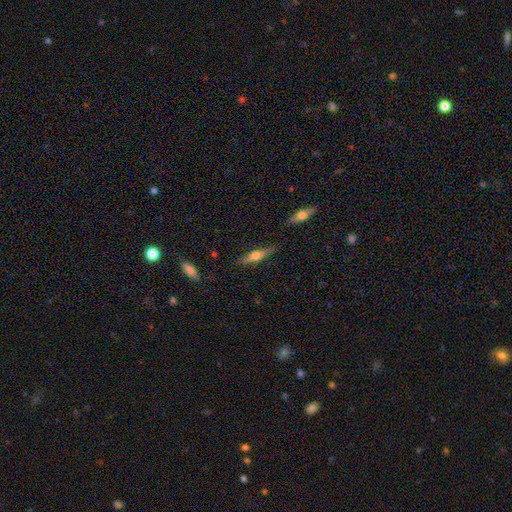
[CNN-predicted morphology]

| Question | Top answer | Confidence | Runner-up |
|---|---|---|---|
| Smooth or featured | featured or disk | 56% | smooth (37%) |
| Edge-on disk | yes | 94% | no (6%) |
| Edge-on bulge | rounded | 91% | boxy (6%) |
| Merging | none | 82% | minor disturbance (13%) |